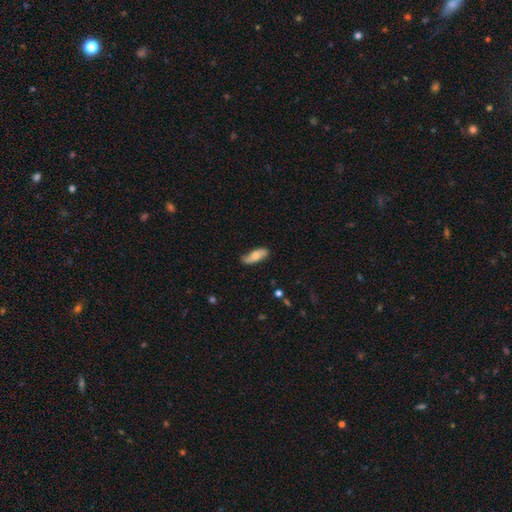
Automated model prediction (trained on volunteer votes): This appears to be a smooth galaxy with no disk features (65%) that is in between round and cigar-shaped (64%). Merging: none (76%).